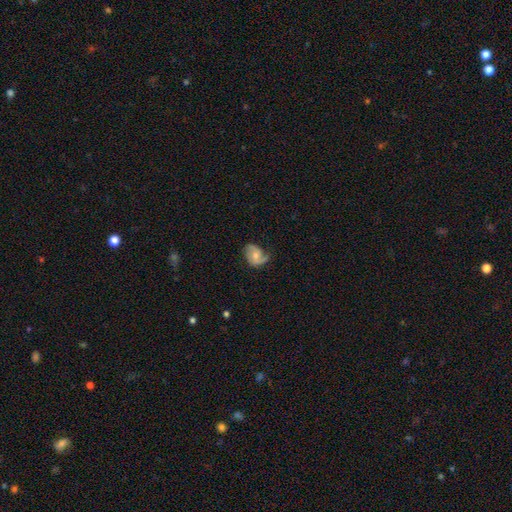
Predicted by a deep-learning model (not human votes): Smooth or featured? Predicted: featured or disk (p=0.66). Edge-on disk? Predicted: no (p=0.97). Bar? Predicted: no (p=0.63). Spiral arms? Predicted: yes (p=0.90). Spiral winding? Predicted: medium (p=0.43). Spiral arm count? Predicted: 2 (p=0.69). Bulge size? Predicted: moderate (p=0.53). Merging? Predicted: none (p=0.54).